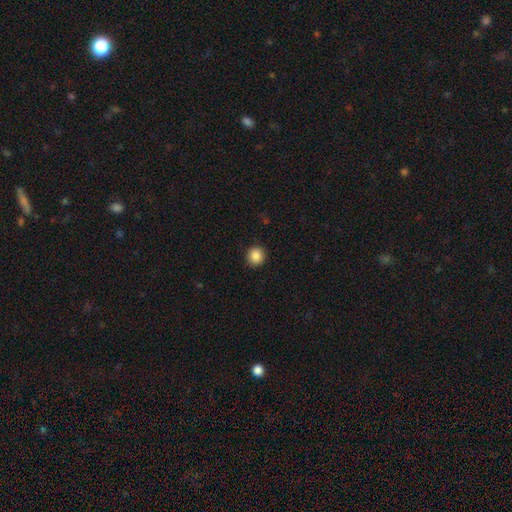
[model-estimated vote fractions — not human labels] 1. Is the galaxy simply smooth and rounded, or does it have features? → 87% smooth, 9% star or artifact, 4% featured or disk.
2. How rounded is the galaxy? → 91% round, 8% in between, 1% cigar-shaped.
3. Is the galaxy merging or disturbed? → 92% none, 6% minor disturbance, 2% major disturbance, 1% merger.